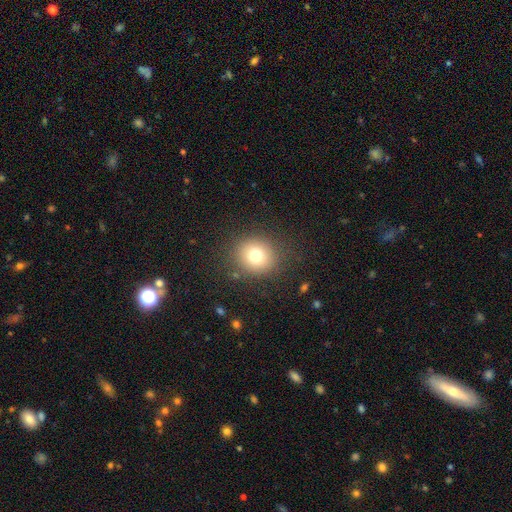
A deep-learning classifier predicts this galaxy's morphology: A smooth galaxy with no disk features (76%) that is round (85%).

Vote fractions:
- Smooth or featured? smooth: 76% / star or artifact: 13% / featured or disk: 11%
- How rounded? round: 85% / in between: 14% / cigar-shaped: 1%
- Merging? none: 86% / minor disturbance: 8% / major disturbance: 4% / merger: 1%